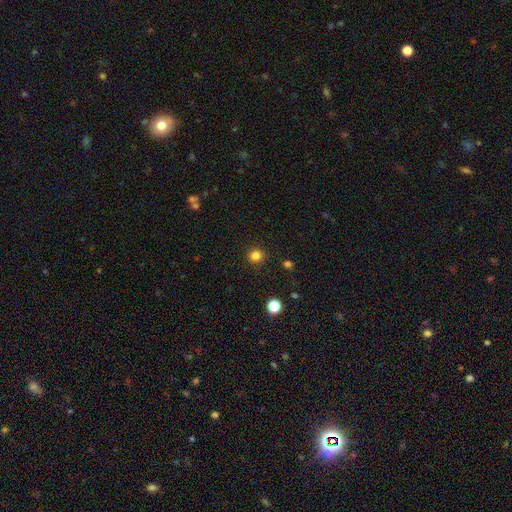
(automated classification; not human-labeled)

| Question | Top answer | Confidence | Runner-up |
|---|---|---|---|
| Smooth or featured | smooth | 82% | star or artifact (14%) |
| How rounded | round | 94% | in between (5%) |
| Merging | none | 92% | minor disturbance (5%) |